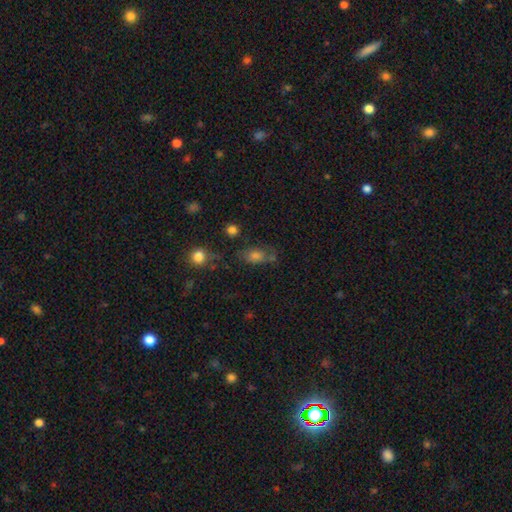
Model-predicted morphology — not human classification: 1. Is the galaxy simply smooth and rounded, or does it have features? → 63% smooth, 21% star or artifact, 16% featured or disk.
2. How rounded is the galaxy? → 71% in between, 22% round, 7% cigar-shaped.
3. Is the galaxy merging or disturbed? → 56% none, 21% minor disturbance, 12% merger, 11% major disturbance.